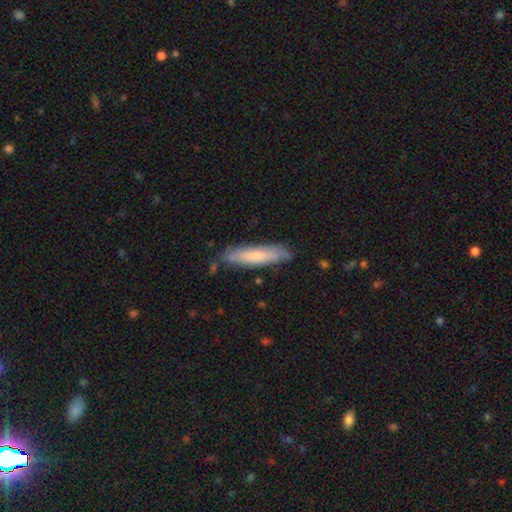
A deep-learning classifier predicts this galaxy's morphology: Smooth or featured? Predicted: smooth (p=0.69). How rounded? Predicted: cigar-shaped (p=0.81). Merging? Predicted: none (p=0.78).